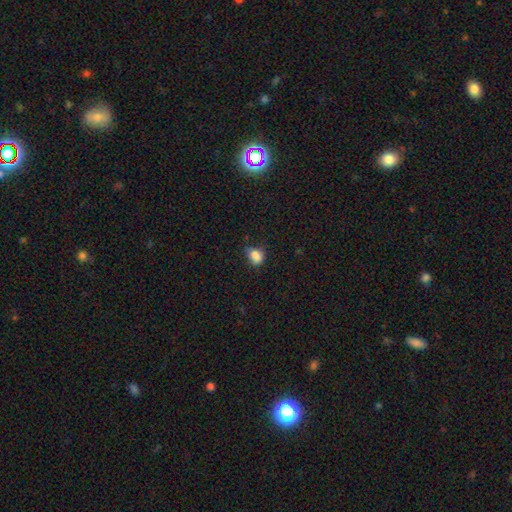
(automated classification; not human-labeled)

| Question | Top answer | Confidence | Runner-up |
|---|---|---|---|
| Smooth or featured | smooth | 81% | star or artifact (11%) |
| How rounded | in between | 59% | round (40%) |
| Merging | none | 47% | minor disturbance (32%) |